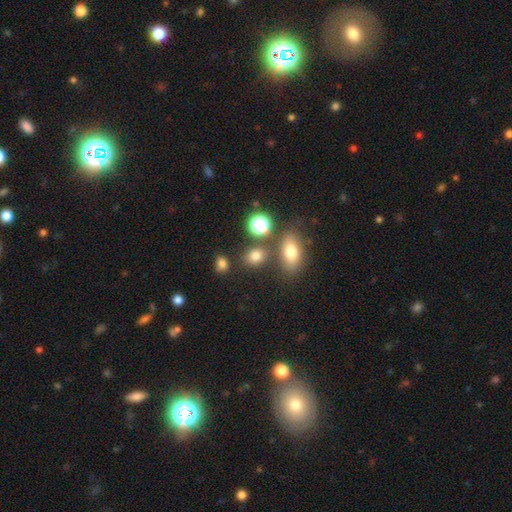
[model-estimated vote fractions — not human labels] smooth_or_featured: smooth (p=0.74) [alt: star or artifact p=0.18]
how_rounded: in between (p=0.49) [tied with: round p=0.49]
merging: none (p=0.74) [alt: merger p=0.12]